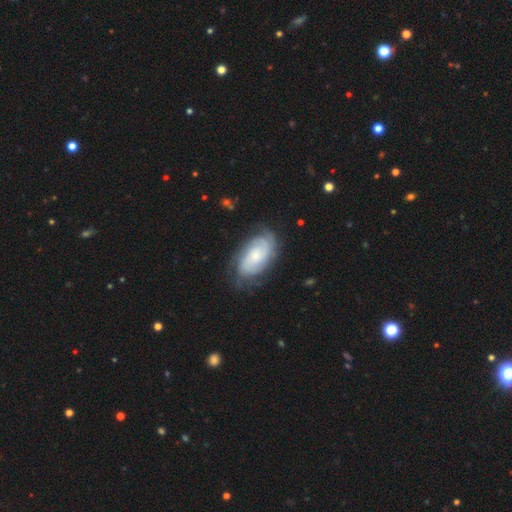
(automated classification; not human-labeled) A featured or disk galaxy (76%) with no bar (73%), tight (66%) spiral arms (94%) and a small central bulge (62%). Merging: none (73%).